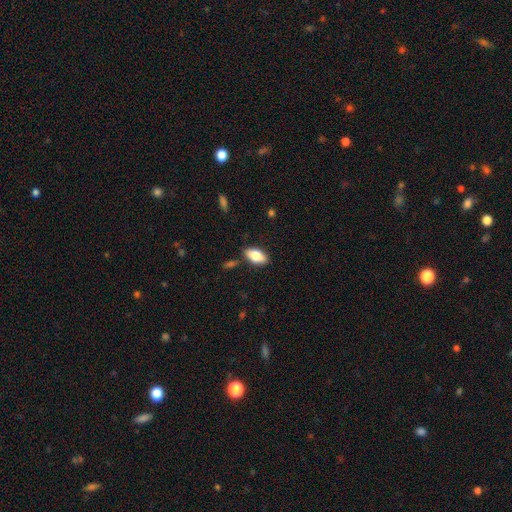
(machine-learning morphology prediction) A smooth galaxy with no disk features (77%) that is in between round and cigar-shaped (91%).

Vote fractions:
- Smooth or featured? smooth: 77% / featured or disk: 16% / star or artifact: 7%
- How rounded? in between: 91% / cigar-shaped: 6% / round: 3%
- Merging? none: 83% / minor disturbance: 11% / merger: 3% / major disturbance: 2%